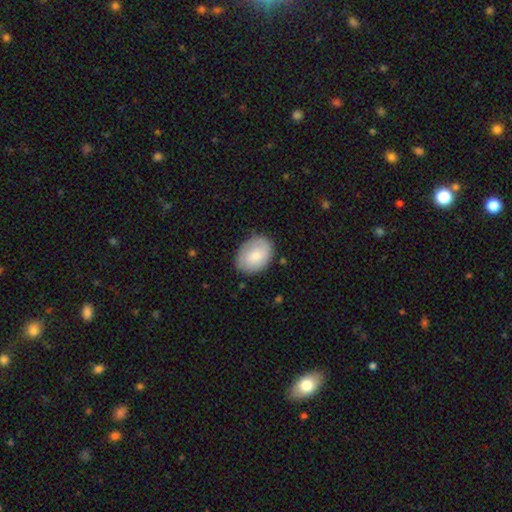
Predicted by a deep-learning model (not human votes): This appears to be a smooth galaxy with no disk features (76%) that is in between round and cigar-shaped (73%). Merging: none (79%).